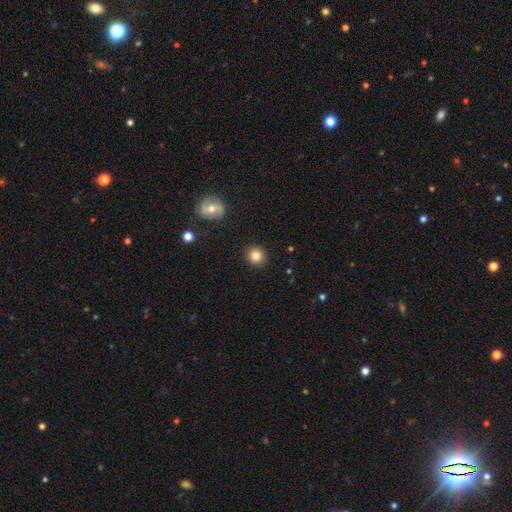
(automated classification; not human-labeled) The model was most divided on "smooth or featured": smooth: 84%, star or artifact: 10%, featured or disk: 6%. More confident: merging — none (90%); how rounded — round (88%).